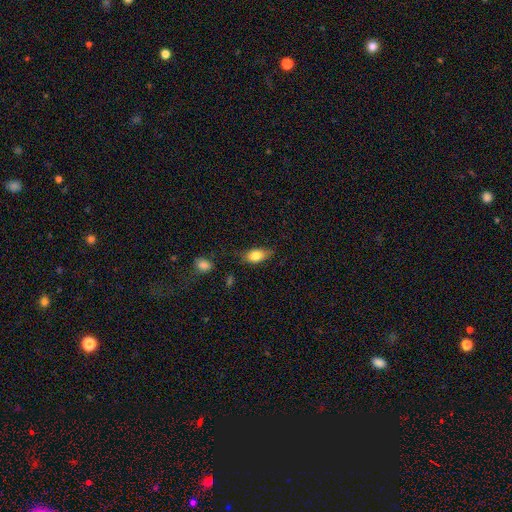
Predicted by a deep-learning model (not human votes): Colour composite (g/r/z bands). It shows a smooth galaxy with no disk features (79%) that is in between round and cigar-shaped (85%). Merging: none (70%).